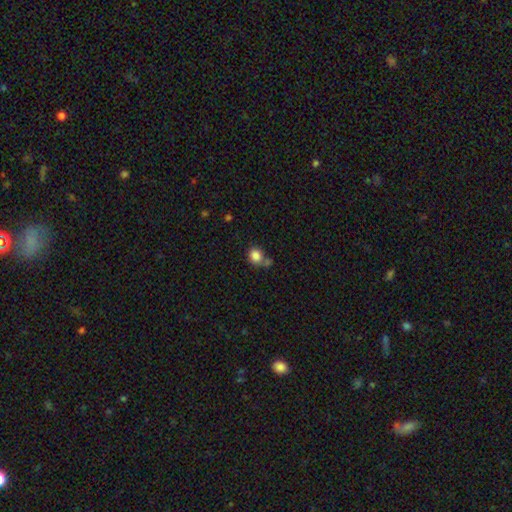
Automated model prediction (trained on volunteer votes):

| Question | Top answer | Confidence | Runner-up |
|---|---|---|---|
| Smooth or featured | smooth | 84% | star or artifact (10%) |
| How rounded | round | 71% | in between (28%) |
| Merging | none | 53% | merger (25%) |